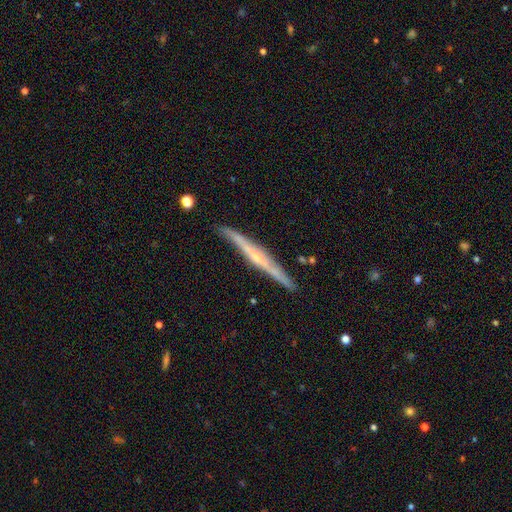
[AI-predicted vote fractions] A featured or disk galaxy (75%) viewed edge-on (97%) with a rounded central bulge (58%).

Vote fractions:
- Smooth or featured? featured or disk: 75% / smooth: 19% / star or artifact: 6%
- Edge-on disk? yes: 97% / no: 3%
- Edge-on bulge? rounded: 58% / none: 35% / boxy: 7%
- Merging? none: 87% / minor disturbance: 10% / major disturbance: 2% / merger: 2%